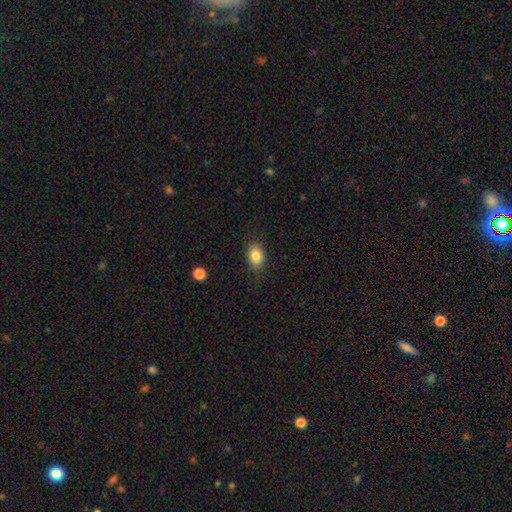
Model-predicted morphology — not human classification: Smooth or featured?
  - smooth: 84% *
  - star or artifact: 8%
  - featured or disk: 8%
How rounded?
  - in between: 81% *
  - round: 18%
  - cigar-shaped: 1%
Merging?
  - none: 84% *
  - minor disturbance: 12%
  - major disturbance: 3%
  - merger: 1%